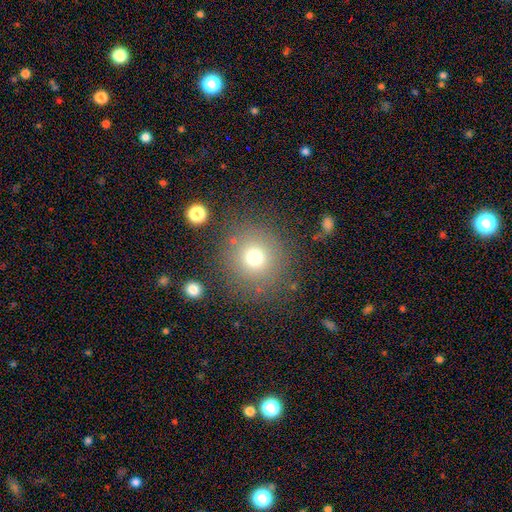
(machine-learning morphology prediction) smooth-or-featured: smooth: 72% | star or artifact: 16% | featured or disk: 12%
  how-rounded: round: 93% | in between: 6% | cigar-shaped: 1%
  merging: none: 84% | minor disturbance: 9% | major disturbance: 4% | merger: 3%